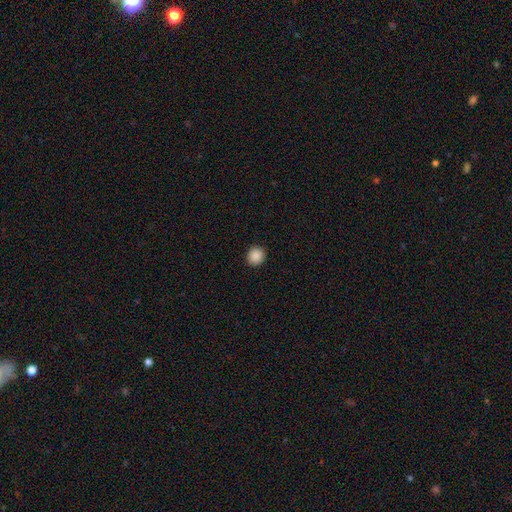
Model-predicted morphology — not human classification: Smooth or featured: smooth — 88% (star or artifact — 9%)
How rounded: round — 89% (in between — 10%)
Merging: none — 93% (minor disturbance — 5%)